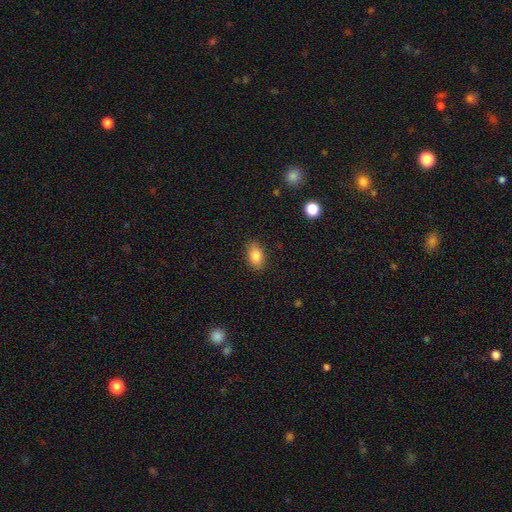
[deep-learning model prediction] smooth_or_featured: smooth (p=0.83) [alt: star or artifact p=0.08]
how_rounded: in between (p=0.87) [alt: round p=0.11]
merging: none (p=0.87) [alt: minor disturbance p=0.10]